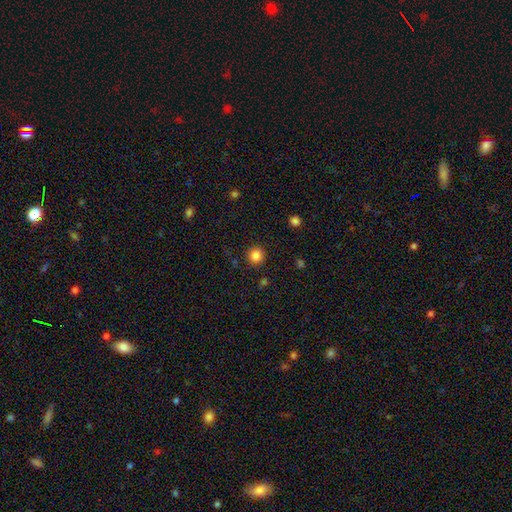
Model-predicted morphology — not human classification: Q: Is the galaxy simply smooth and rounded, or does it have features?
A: smooth — 84%.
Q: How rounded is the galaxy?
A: round — 94%.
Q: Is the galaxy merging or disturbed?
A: none — 90%.